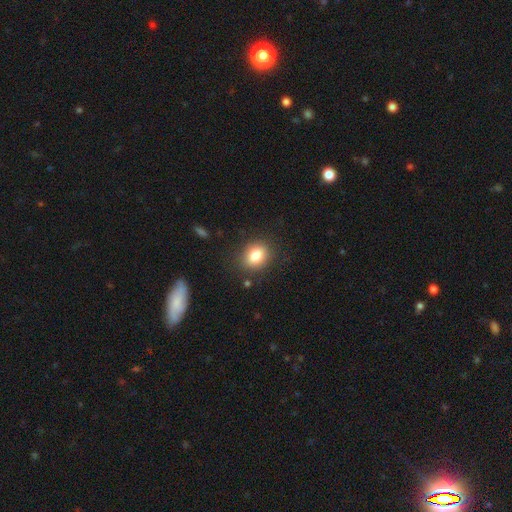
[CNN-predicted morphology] Smooth or featured? smooth (82%)
How rounded? in between (51%)
Merging? none (85%)